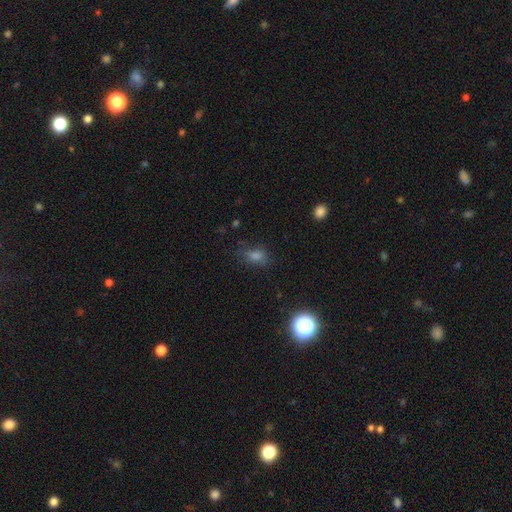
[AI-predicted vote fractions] Morphology: type=smooth (67%); roundness=in between (72%); merging=none (71%).